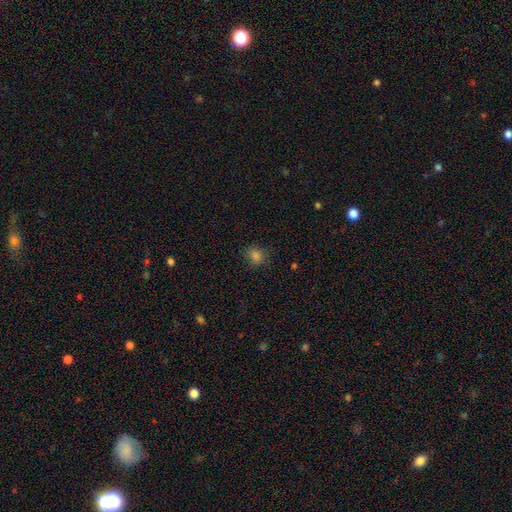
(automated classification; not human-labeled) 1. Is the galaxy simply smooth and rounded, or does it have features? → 77% smooth, 18% star or artifact, 5% featured or disk.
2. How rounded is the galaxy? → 67% round, 32% in between, 1% cigar-shaped.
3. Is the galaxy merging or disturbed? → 82% none, 13% minor disturbance, 3% major disturbance, 1% merger.